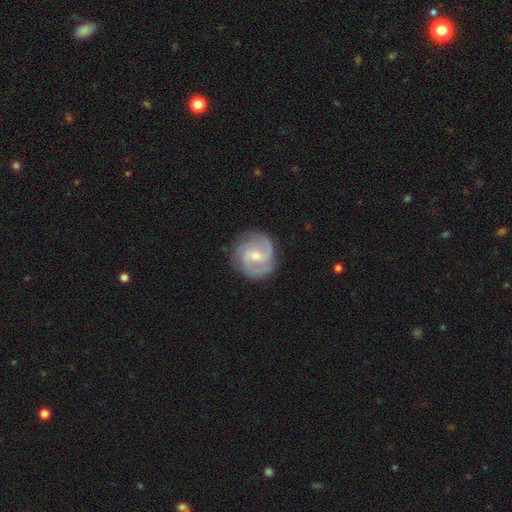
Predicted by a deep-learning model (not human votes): Q: Smooth or featured?
A: featured or disk (85%); runner-up: smooth (10%)
Q: Edge-on disk?
A: no (98%); runner-up: yes (2%)
Q: Bar?
A: weak (51%); runner-up: no (36%)
Q: Spiral arms?
A: yes (97%); runner-up: no (3%)
Q: Spiral winding?
A: medium (52%); runner-up: tight (33%)
Q: Spiral arm count?
A: 2 (56%); runner-up: 3 (26%)
Q: Bulge size?
A: small (56%); runner-up: moderate (41%)
Q: Merging?
A: none (81%); runner-up: minor disturbance (13%)